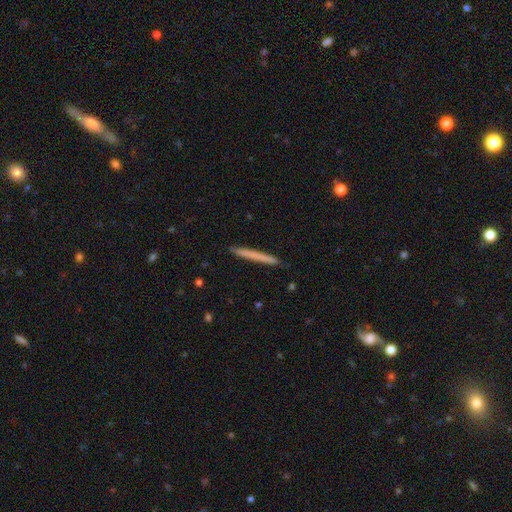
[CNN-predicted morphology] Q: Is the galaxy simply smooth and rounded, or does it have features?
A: smooth — 64%.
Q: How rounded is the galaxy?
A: cigar-shaped — 97%.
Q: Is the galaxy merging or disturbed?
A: none — 92%.